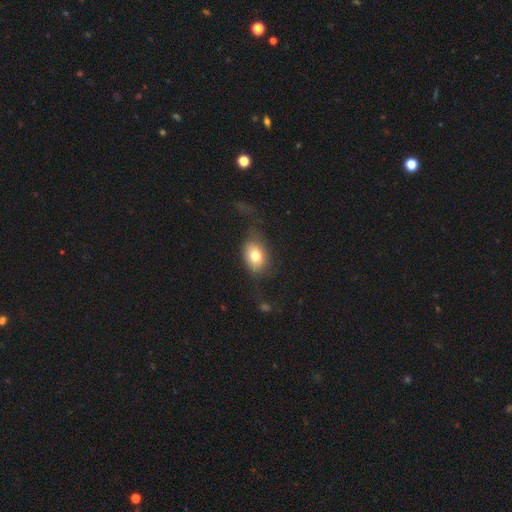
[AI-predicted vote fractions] smooth-or-featured: smooth: 76% | featured or disk: 16% | star or artifact: 9%
  how-rounded: in between: 77% | round: 21% | cigar-shaped: 2%
  merging: none: 54% | minor disturbance: 22% | major disturbance: 21% | merger: 2%